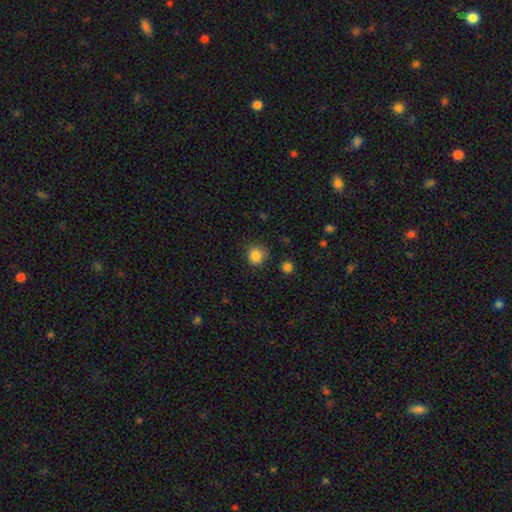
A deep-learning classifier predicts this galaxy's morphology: A smooth galaxy with no disk features (85%) that is round (90%).

Vote fractions:
- Smooth or featured? smooth: 85% / star or artifact: 11% / featured or disk: 5%
- How rounded? round: 90% / in between: 9% / cigar-shaped: 1%
- Merging? none: 82% / minor disturbance: 13% / major disturbance: 3% / merger: 2%